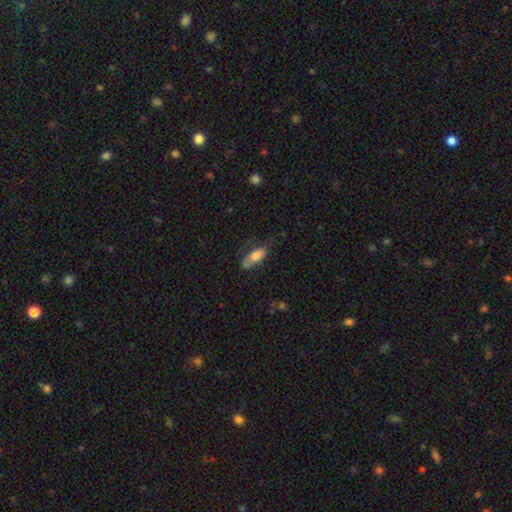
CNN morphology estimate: smooth-or-featured: smooth: 71% | featured or disk: 22% | star or artifact: 7%
  how-rounded: in between: 71% | cigar-shaped: 27% | round: 2%
  merging: none: 46% | minor disturbance: 30% | major disturbance: 20% | merger: 3%